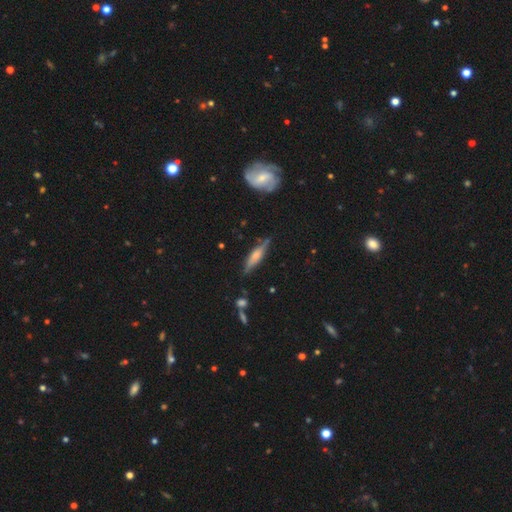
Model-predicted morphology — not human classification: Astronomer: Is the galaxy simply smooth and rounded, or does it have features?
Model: featured or disk — 53% (runner-up: smooth, 40%).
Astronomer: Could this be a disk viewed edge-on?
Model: yes — 92%.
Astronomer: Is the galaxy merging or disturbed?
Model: none — 79%.